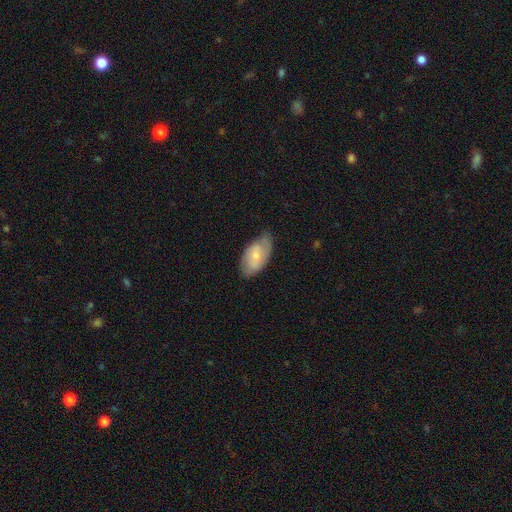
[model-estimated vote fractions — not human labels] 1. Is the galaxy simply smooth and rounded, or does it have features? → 57% smooth, 37% featured or disk, 6% star or artifact.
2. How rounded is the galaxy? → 93% in between, 4% round, 3% cigar-shaped.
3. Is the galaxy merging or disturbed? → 67% none, 26% minor disturbance, 5% major disturbance, 1% merger.